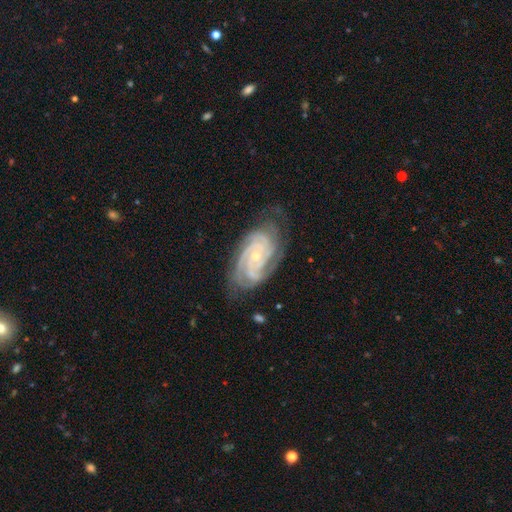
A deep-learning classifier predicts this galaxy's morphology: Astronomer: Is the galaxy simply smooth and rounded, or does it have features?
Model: featured or disk — 91%.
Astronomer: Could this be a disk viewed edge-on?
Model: no — 97%.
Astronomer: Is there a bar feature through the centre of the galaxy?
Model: no — 68%.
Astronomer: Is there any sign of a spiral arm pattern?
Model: yes — 98%.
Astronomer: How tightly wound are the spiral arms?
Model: tight — 76%.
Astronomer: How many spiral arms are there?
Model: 3 — 33% (runner-up: 4, 26%).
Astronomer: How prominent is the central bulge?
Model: small — 72%.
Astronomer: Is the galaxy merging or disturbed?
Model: none — 74%.